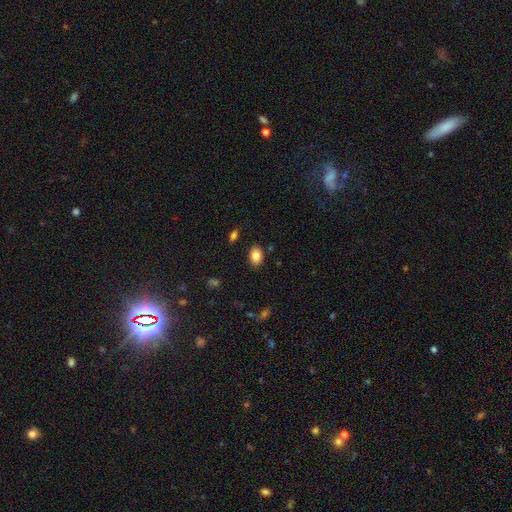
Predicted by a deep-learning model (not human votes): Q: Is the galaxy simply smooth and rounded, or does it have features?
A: smooth — 84%.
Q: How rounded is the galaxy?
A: in between — 84%.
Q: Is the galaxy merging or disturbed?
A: none — 86%.